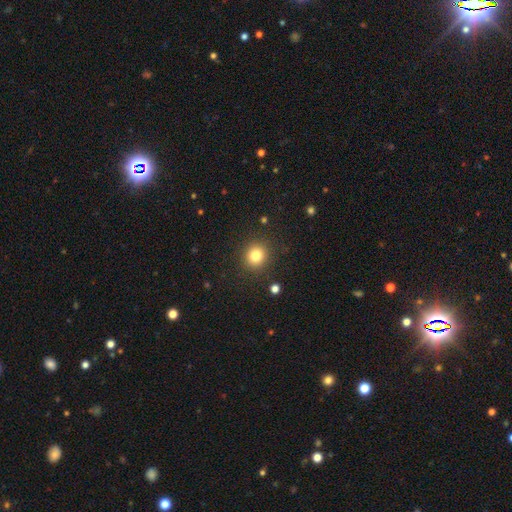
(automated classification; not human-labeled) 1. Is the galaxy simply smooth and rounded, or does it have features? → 81% smooth, 12% star or artifact, 7% featured or disk.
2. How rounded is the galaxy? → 89% round, 10% in between, 1% cigar-shaped.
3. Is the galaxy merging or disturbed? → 90% none, 6% minor disturbance, 3% major disturbance, 1% merger.